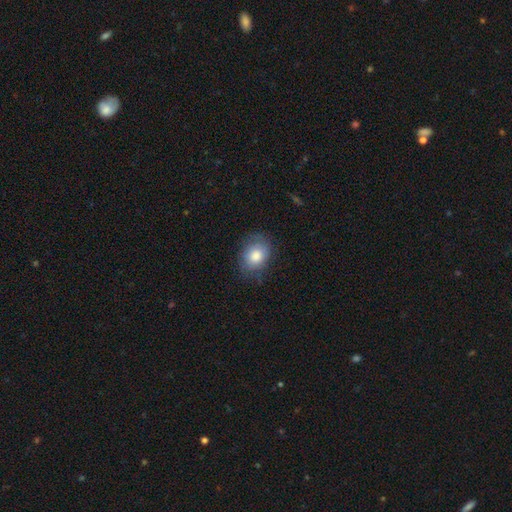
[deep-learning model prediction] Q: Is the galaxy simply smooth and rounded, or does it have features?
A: smooth — 77%.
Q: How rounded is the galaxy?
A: in between — 61%.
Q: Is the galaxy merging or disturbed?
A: none — 72%.